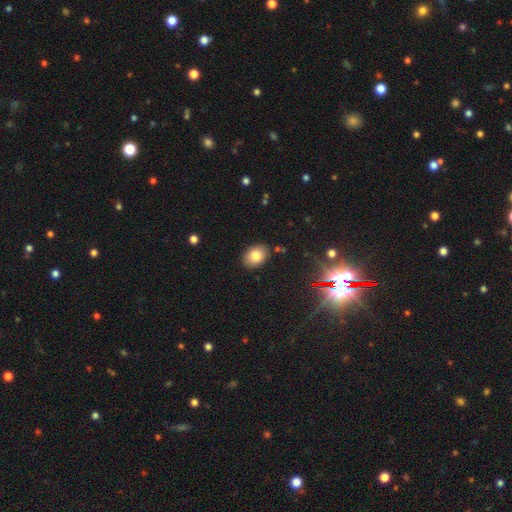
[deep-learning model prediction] A smooth galaxy with no disk features (81%) that is in between round and cigar-shaped (76%).

Vote fractions:
- Smooth or featured? smooth: 81% / star or artifact: 10% / featured or disk: 9%
- How rounded? in between: 76% / round: 23% / cigar-shaped: 1%
- Merging? none: 87% / minor disturbance: 9% / major disturbance: 2% / merger: 2%